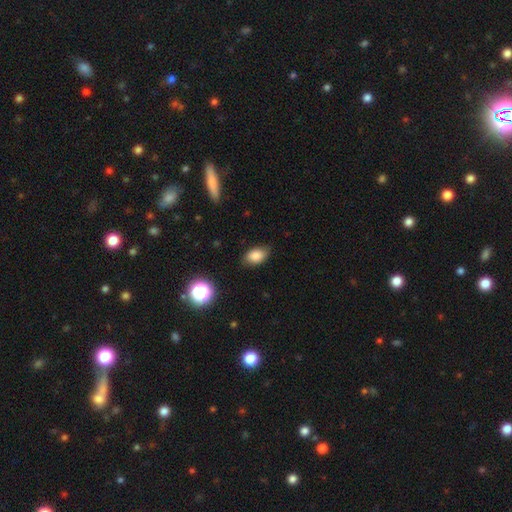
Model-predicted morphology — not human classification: Overall: smooth (84%). How rounded: in between (87%). Merging: none (81%).